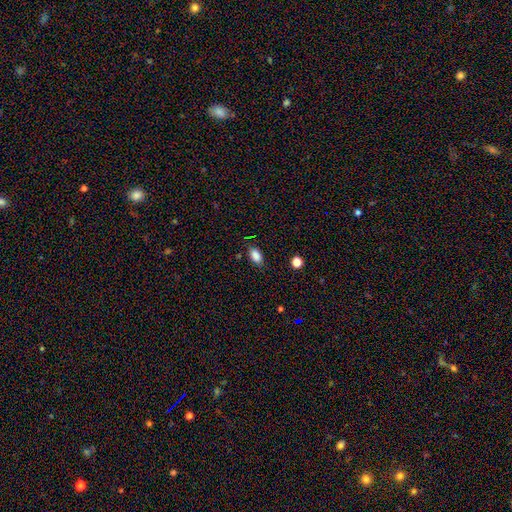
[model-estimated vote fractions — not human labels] Smooth or featured? Predicted: smooth (p=0.86). How rounded? Predicted: in between (p=0.88). Merging? Predicted: none (p=0.79).